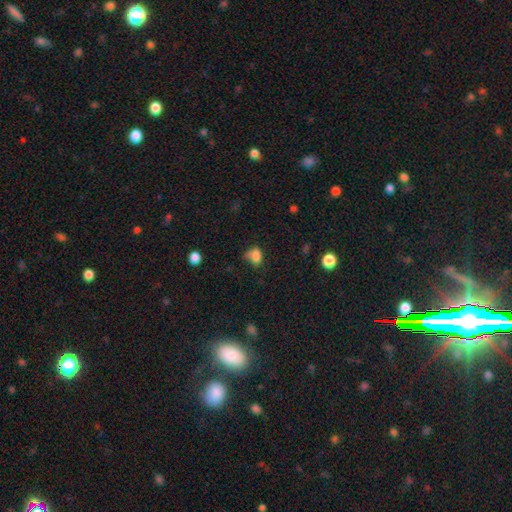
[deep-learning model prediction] This is likely a smooth galaxy (78%). How rounded: likely in between (74%). Merging: marginally none (40%).